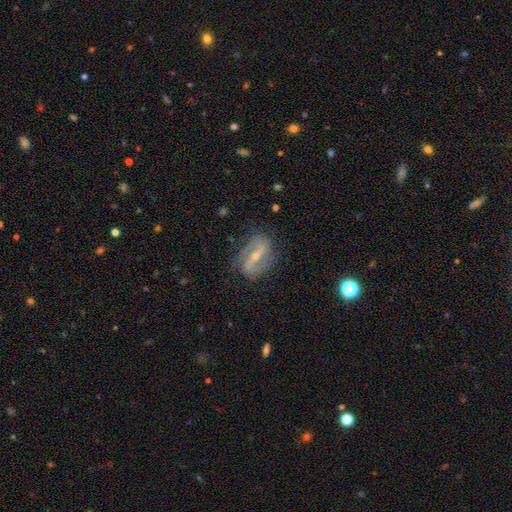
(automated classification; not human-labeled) Smooth or featured: featured or disk — 84% (smooth — 10%)
Edge-on disk: no — 94% (yes — 6%)
Bar: strong — 56% (weak — 31%)
Spiral arms: yes — 90% (no — 10%)
Spiral winding: medium — 40% (loose — 38%)
Spiral arm count: 2 — 87% (can't tell — 6%)
Bulge size: small — 57% (moderate — 39%)
Merging: none — 76% (minor disturbance — 16%)